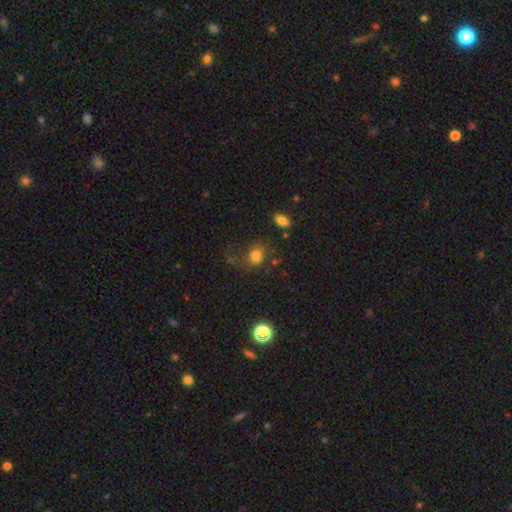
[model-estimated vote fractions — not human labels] Morphology: type=smooth (74%); roundness=in between (59%); merging=none (56%).